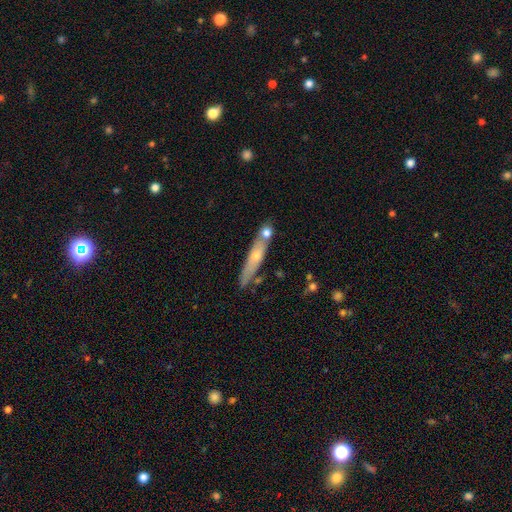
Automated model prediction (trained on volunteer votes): Smooth or featured?
  - smooth: 47% * (tied)
  - featured or disk: 47% * (tied)
  - star or artifact: 7%
Merging?
  - none: 67% *
  - minor disturbance: 15%
  - merger: 14%
  - major disturbance: 4%